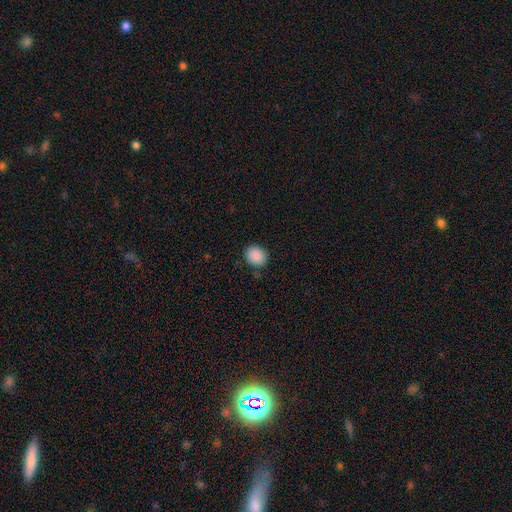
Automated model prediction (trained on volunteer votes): smooth 89%, star or artifact 8%, featured or disk 3%. Down the decision tree: how rounded — round (67%); merging — none (83%).